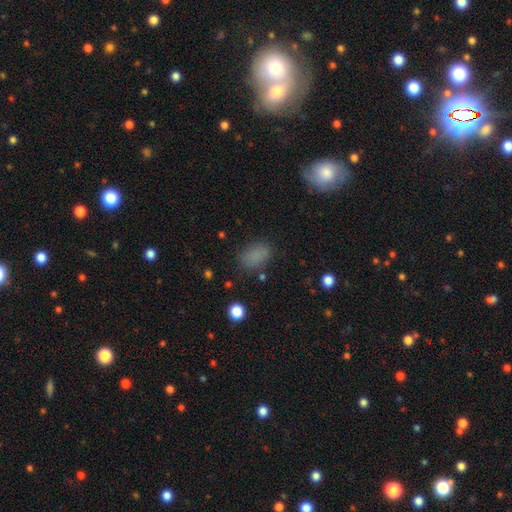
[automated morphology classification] smooth_or_featured: smooth (p=0.81) [alt: star or artifact p=0.13]
how_rounded: in between (p=0.85) [alt: round p=0.13]
merging: none (p=0.78) [alt: minor disturbance p=0.15]